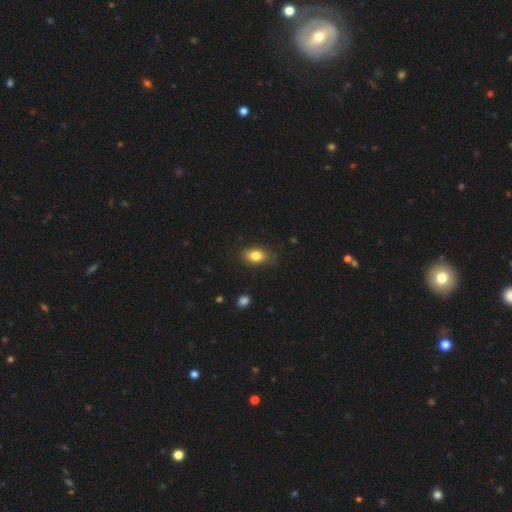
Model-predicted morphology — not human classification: The model was most divided on "merging": none: 81%, minor disturbance: 15%, major disturbance: 3%, merger: 1%. More confident: how rounded — in between (84%); smooth or featured — smooth (82%).